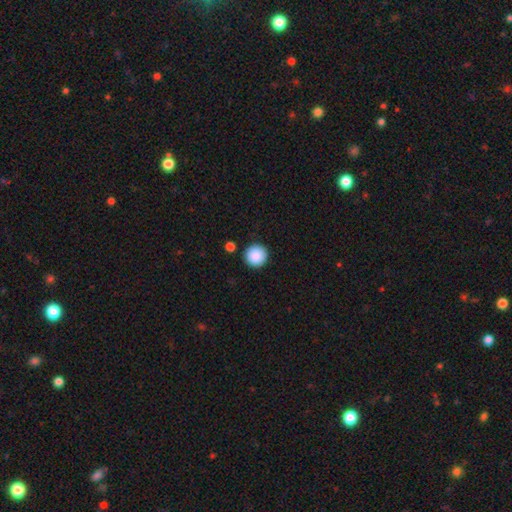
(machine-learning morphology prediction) Q: Smooth or featured?
A: smooth (89%); runner-up: star or artifact (8%)
Q: How rounded?
A: round (96%); runner-up: in between (3%)
Q: Merging?
A: none (91%); runner-up: minor disturbance (5%)